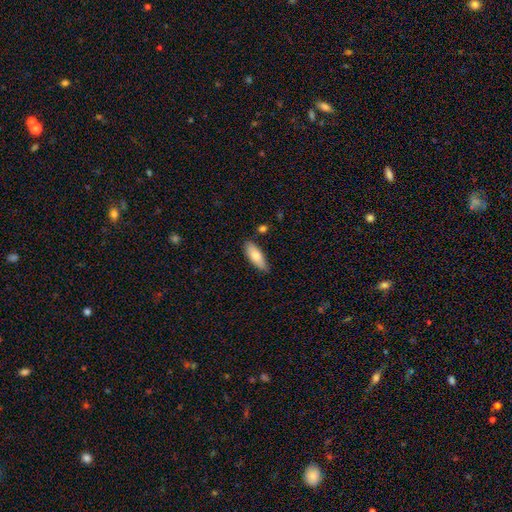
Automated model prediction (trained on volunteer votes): Q: Smooth or featured?
A: smooth (79%); runner-up: featured or disk (15%)
Q: How rounded?
A: in between (71%); runner-up: cigar-shaped (27%)
Q: Merging?
A: none (80%); runner-up: minor disturbance (14%)